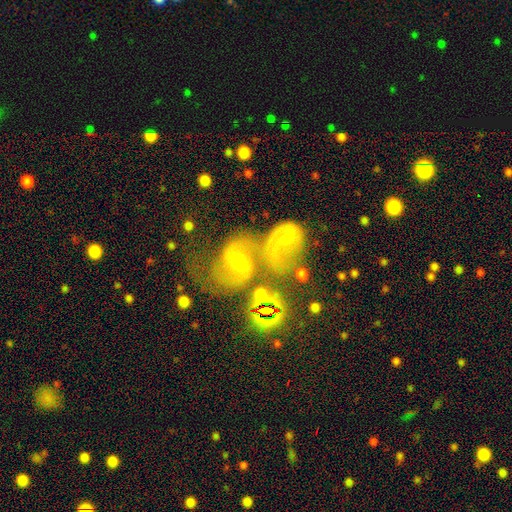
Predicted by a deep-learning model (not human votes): A featured or disk galaxy (52%). Merging: merger (48%).